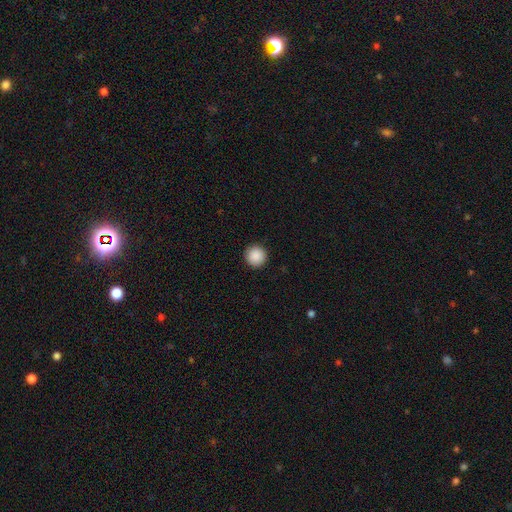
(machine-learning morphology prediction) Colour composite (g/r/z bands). It shows a smooth galaxy with no disk features (89%) that is round (96%). Merging: none (93%).